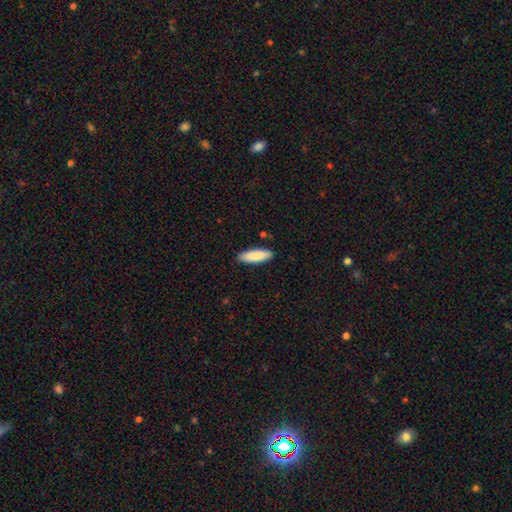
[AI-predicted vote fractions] This appears to be a smooth galaxy with no disk features (87%) that is cigar-shaped (51%). Merging: none (89%).